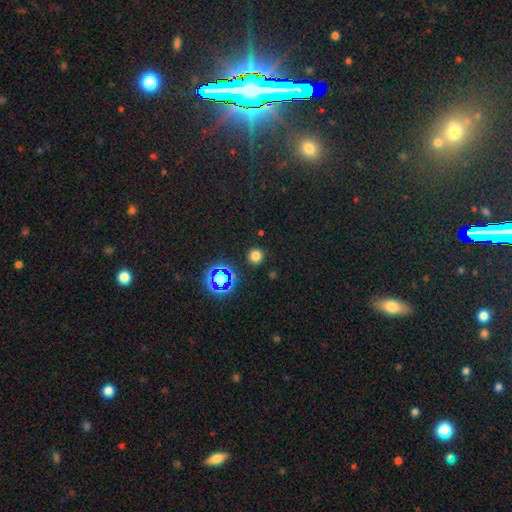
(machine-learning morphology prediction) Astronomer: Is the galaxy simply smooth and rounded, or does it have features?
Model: smooth — 72%.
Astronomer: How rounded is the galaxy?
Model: round — 94%.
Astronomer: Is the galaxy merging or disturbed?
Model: none — 90%.